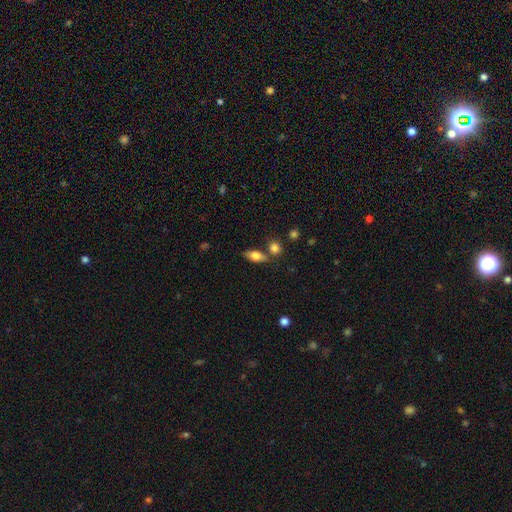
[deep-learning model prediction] Morphology: type=smooth (72%); roundness=in between (80%); merging=none (68%).